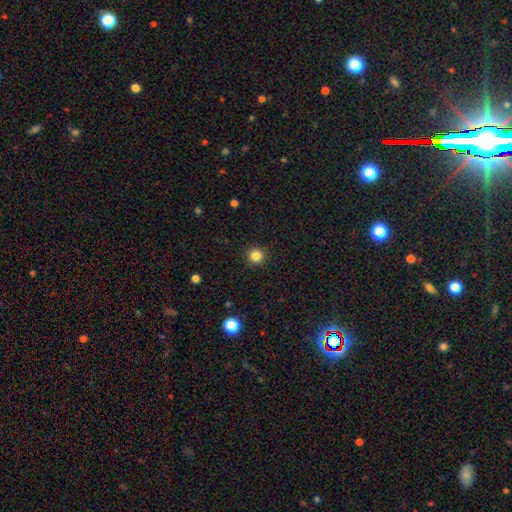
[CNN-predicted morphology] smooth_or_featured: smooth (p=0.84) [alt: star or artifact p=0.12]
how_rounded: round (p=0.95) [alt: in between p=0.04]
merging: none (p=0.93) [alt: minor disturbance p=0.05]